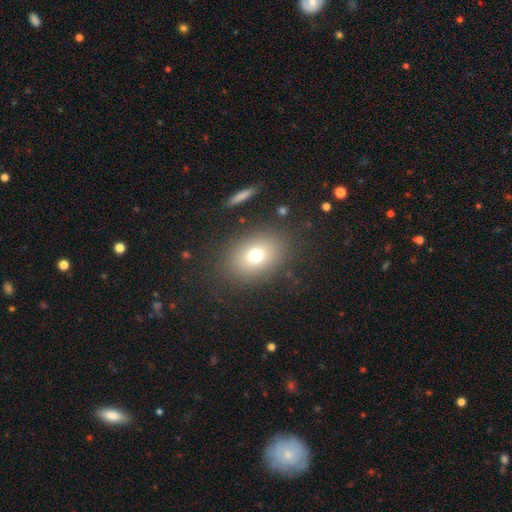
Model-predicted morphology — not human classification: A smooth galaxy with no disk features (72%) that is in between round and cigar-shaped (63%). Merging: none (84%).